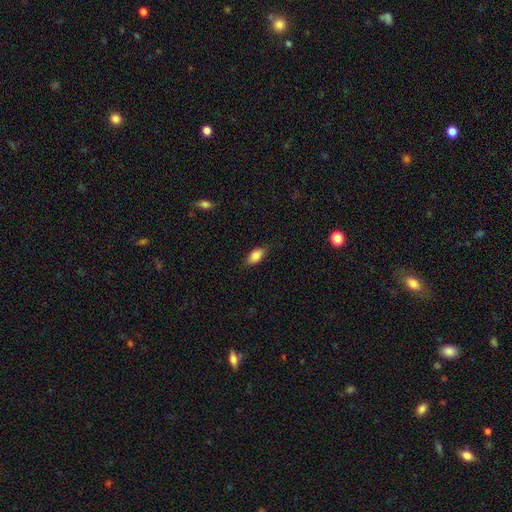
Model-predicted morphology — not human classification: smooth-or-featured: smooth: 83% | featured or disk: 10% | star or artifact: 7%
  how-rounded: in between: 88% | cigar-shaped: 7% | round: 5%
  merging: none: 79% | minor disturbance: 16% | major disturbance: 3% | merger: 1%